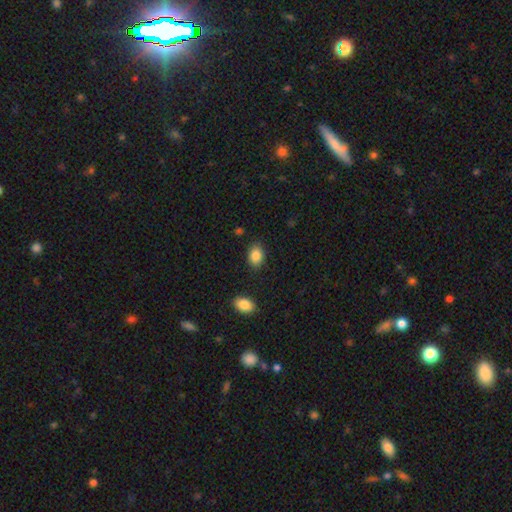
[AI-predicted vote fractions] This is clearly a smooth galaxy (86%). How rounded: likely in between (75%). Merging: clearly none (84%).